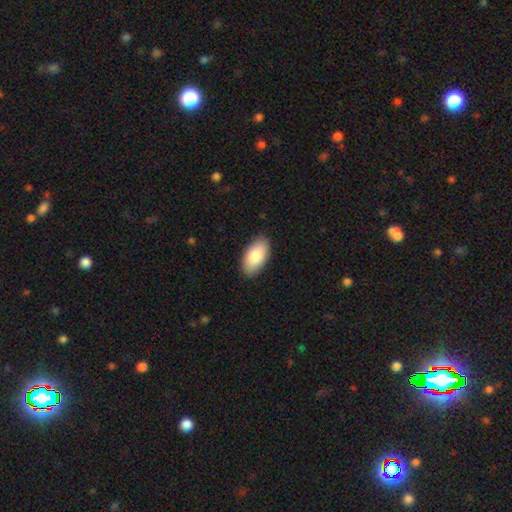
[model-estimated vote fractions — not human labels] The model was most divided on "smooth or featured": smooth: 84%, featured or disk: 10%, star or artifact: 6%. More confident: how rounded — in between (95%); merging — none (88%).